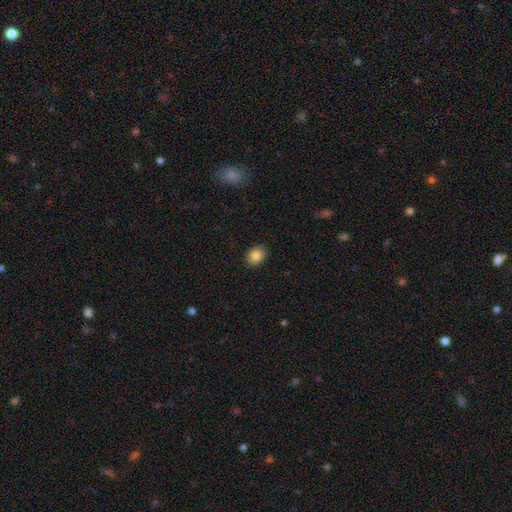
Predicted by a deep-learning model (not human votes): The model was most divided on "how rounded": in between: 65%, round: 34%, cigar-shaped: 1%. More confident: merging — none (88%); smooth or featured — smooth (85%).